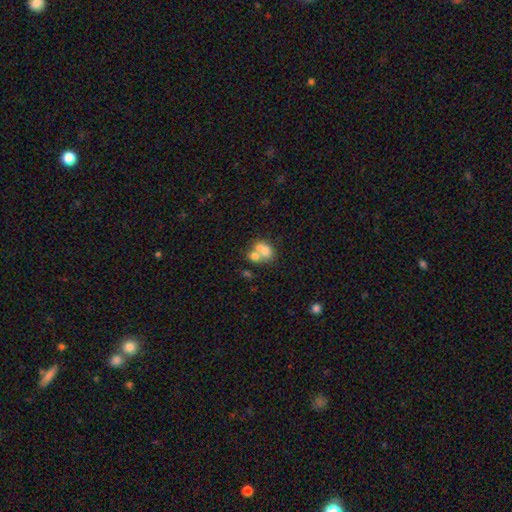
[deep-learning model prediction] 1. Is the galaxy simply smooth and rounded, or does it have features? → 66% smooth, 22% featured or disk, 11% star or artifact.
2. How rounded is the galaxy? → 71% in between, 28% round, 2% cigar-shaped.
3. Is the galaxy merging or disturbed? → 61% merger, 25% none, 8% minor disturbance, 6% major disturbance.